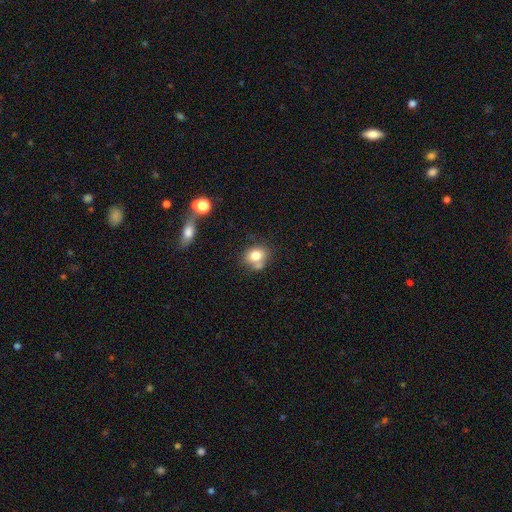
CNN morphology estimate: Smooth or featured: smooth — 78% (featured or disk — 12%)
How rounded: round — 52% (in between — 47%)
Merging: none — 51% (merger — 25%)